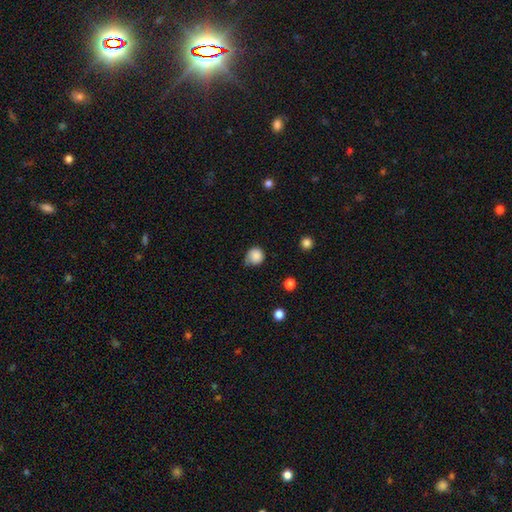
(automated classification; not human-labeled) Q: Smooth or featured?
A: smooth (85%); runner-up: star or artifact (9%)
Q: How rounded?
A: round (87%); runner-up: in between (12%)
Q: Merging?
A: none (54%); runner-up: minor disturbance (34%)